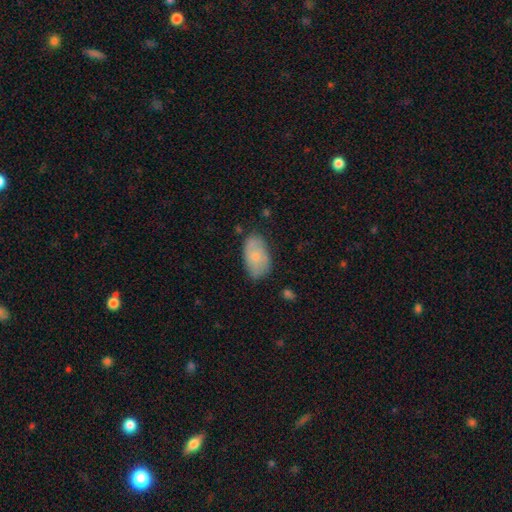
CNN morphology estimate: Smooth or featured?
  - smooth: 69% *
  - featured or disk: 24%
  - star or artifact: 6%
How rounded?
  - in between: 93% *
  - round: 6%
  - cigar-shaped: 2%
Merging?
  - none: 73% *
  - minor disturbance: 20%
  - major disturbance: 4%
  - merger: 2%